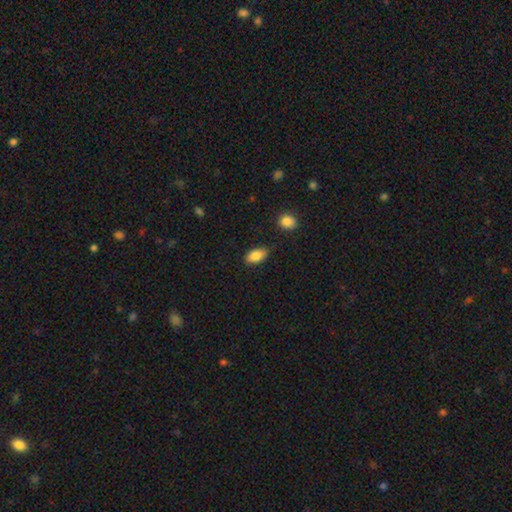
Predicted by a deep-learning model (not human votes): smooth-or-featured: smooth: 85% | featured or disk: 8% | star or artifact: 7%
  how-rounded: in between: 91% | round: 5% | cigar-shaped: 4%
  merging: none: 82% | minor disturbance: 13% | major disturbance: 3% | merger: 2%